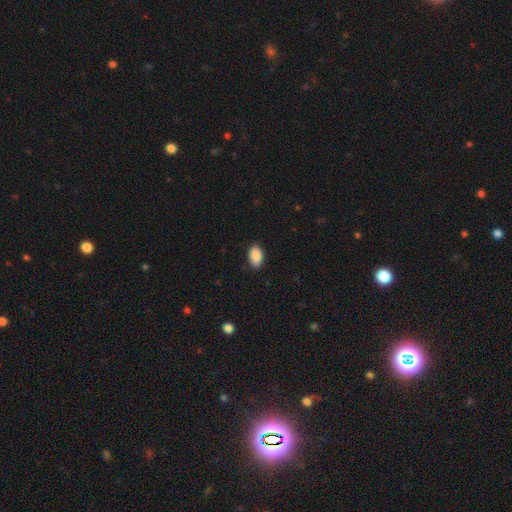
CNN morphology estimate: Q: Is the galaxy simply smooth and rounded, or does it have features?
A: smooth — 90%.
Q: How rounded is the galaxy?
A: in between — 94%.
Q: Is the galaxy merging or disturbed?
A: none — 87%.